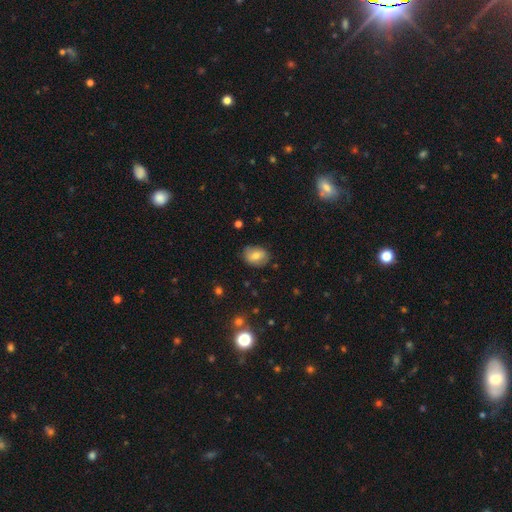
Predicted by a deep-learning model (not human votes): Smooth or featured? smooth (73%)
How rounded? in between (66%)
Merging? none (82%)